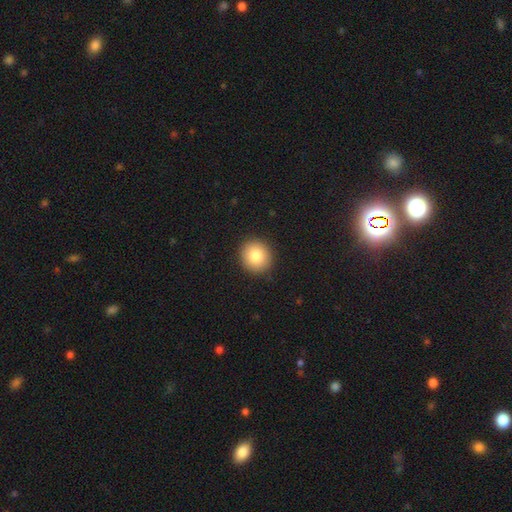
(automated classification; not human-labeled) Smooth or featured: smooth — 84% (star or artifact — 9%)
How rounded: round — 88% (in between — 11%)
Merging: none — 91% (minor disturbance — 6%)